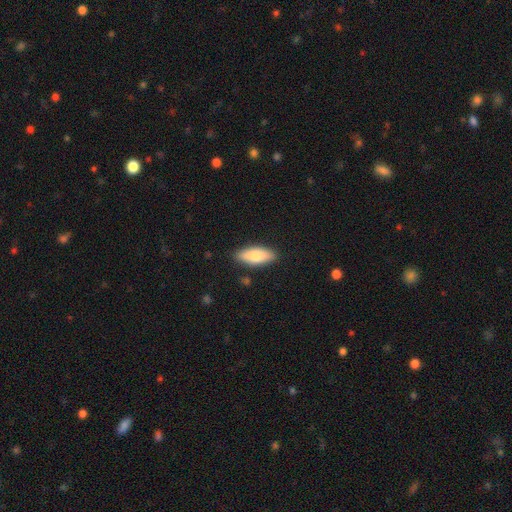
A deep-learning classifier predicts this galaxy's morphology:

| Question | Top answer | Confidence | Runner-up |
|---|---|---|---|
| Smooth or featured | smooth | 79% | featured or disk (15%) |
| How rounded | in between | 75% | cigar-shaped (22%) |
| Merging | none | 86% | minor disturbance (10%) |